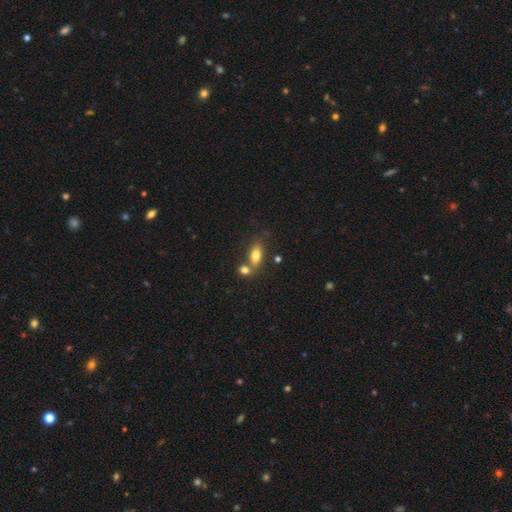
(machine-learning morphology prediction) This is likely a smooth galaxy (76%). How rounded: likely in between (79%). Merging: possibly none (54%).